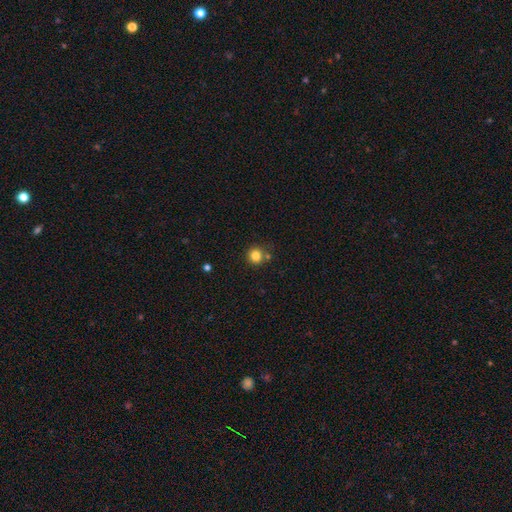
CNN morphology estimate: Smooth or featured: smooth — 82% (star or artifact — 12%)
How rounded: round — 91% (in between — 8%)
Merging: none — 75% (merger — 12%)